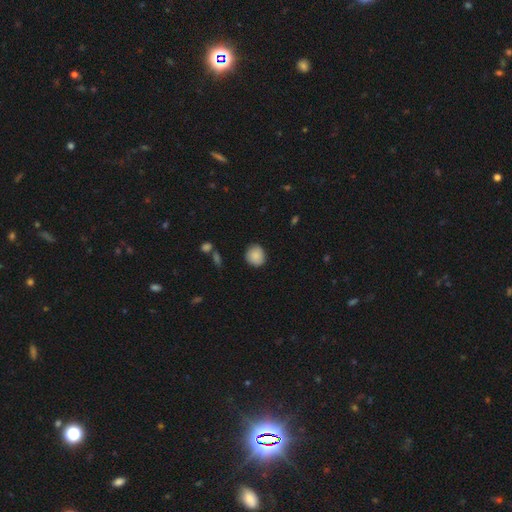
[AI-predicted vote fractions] Overall: smooth (87%). How rounded: round (82%). Merging: none (84%).